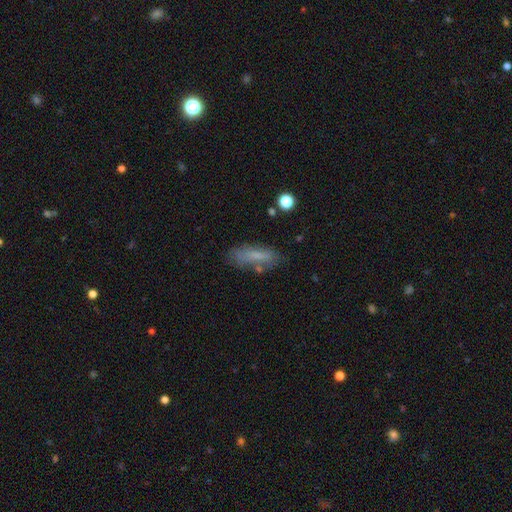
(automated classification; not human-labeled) Smooth or featured: smooth — 65% (featured or disk — 25%)
How rounded: in between — 53% (cigar-shaped — 44%)
Merging: none — 66% (minor disturbance — 21%)